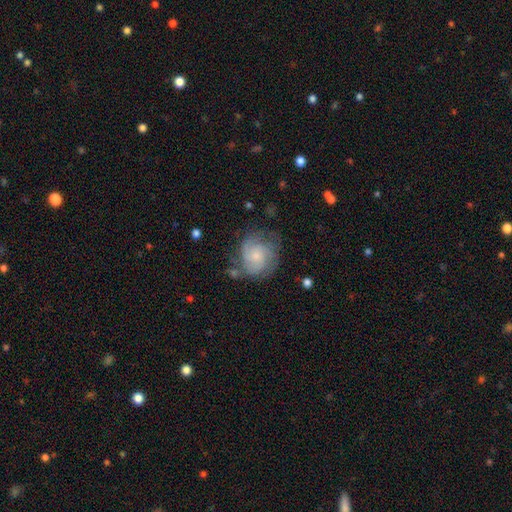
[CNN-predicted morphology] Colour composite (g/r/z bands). It shows a featured or disk galaxy (64%) with no bar (75%), tight (51%) spiral arms (90%) and a small central bulge (53%). Merging: none (59%).